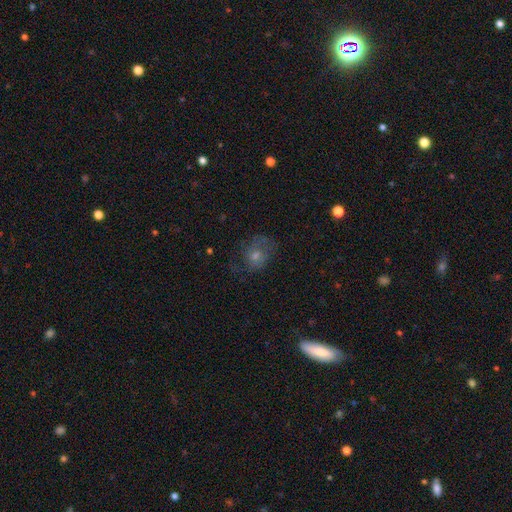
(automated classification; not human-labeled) A featured or disk galaxy (42%).

Vote fractions:
- Smooth or featured? featured or disk: 42% / smooth: 38% / star or artifact: 20%
- Merging? none: 59% / minor disturbance: 21% / major disturbance: 19% / merger: 2%